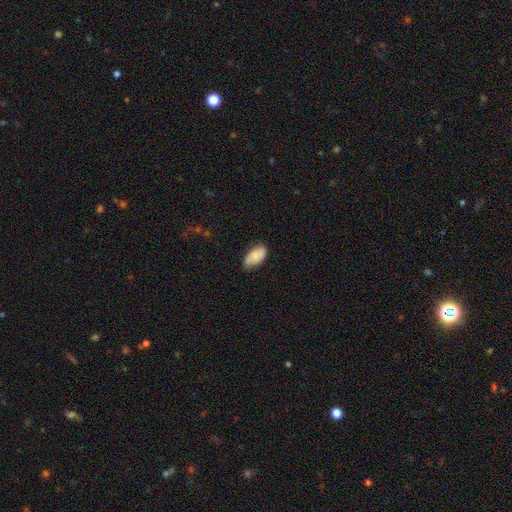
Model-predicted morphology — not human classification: This is likely a smooth galaxy (77%). How rounded: clearly in between (95%). Merging: likely none (65%).